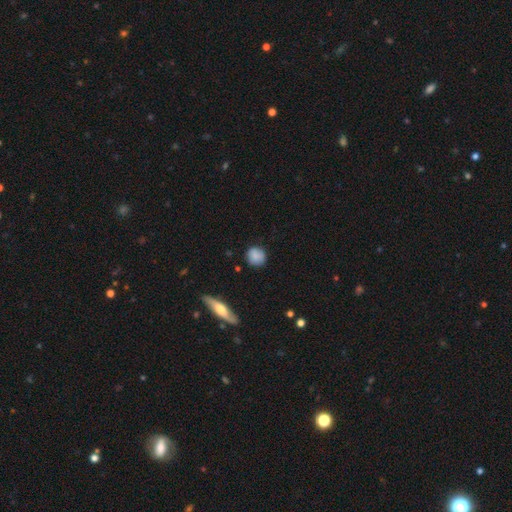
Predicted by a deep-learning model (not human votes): Smooth or featured? smooth (84%)
How rounded? round (87%)
Merging? none (82%)